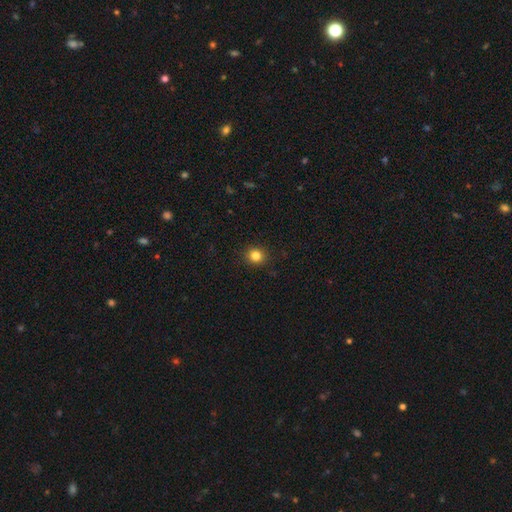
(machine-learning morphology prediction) Smooth or featured: smooth — 83% (star or artifact — 12%)
How rounded: round — 88% (in between — 11%)
Merging: none — 91% (minor disturbance — 6%)